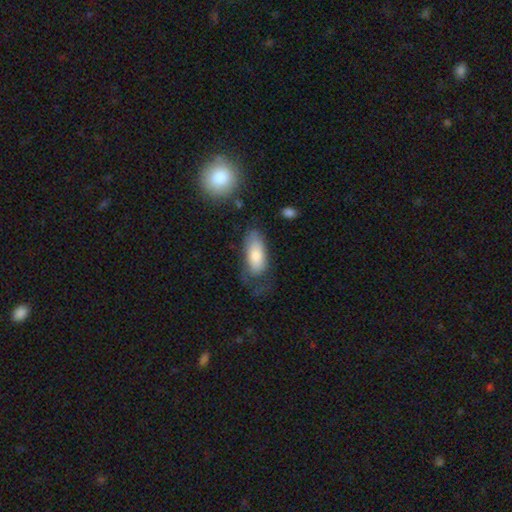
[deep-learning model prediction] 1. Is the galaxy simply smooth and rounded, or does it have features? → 76% smooth, 18% featured or disk, 6% star or artifact.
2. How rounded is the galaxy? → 84% in between, 14% cigar-shaped, 2% round.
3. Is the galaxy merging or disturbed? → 41% none, 29% minor disturbance, 26% major disturbance, 4% merger.